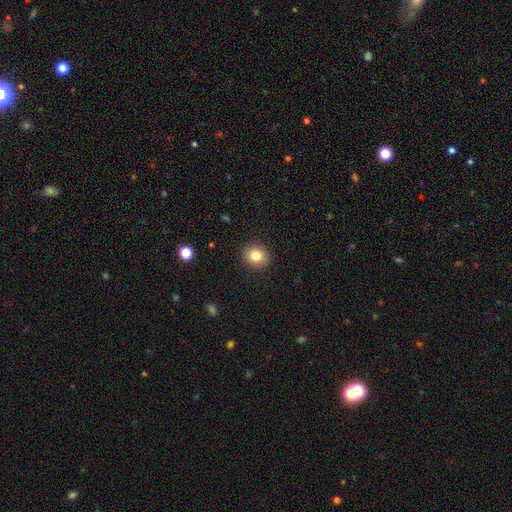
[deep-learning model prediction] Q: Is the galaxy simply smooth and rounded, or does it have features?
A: smooth — 82%.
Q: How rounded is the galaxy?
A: round — 78%.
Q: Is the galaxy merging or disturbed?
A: none — 90%.